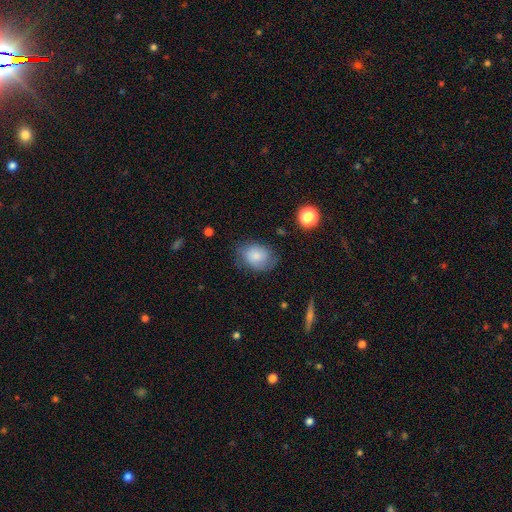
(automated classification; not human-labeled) A smooth galaxy with no disk features (78%) that is in between round and cigar-shaped (59%). Merging: none (66%).